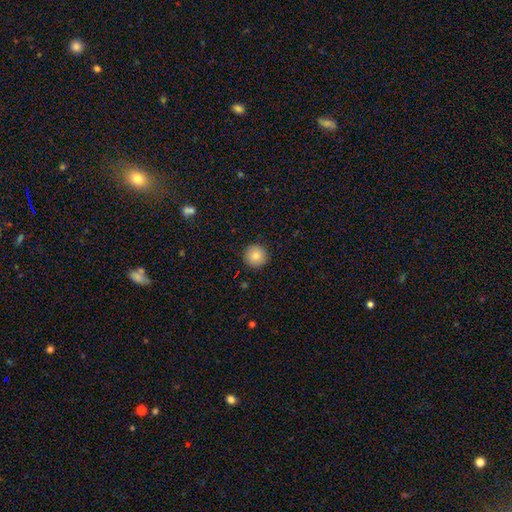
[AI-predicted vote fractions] smooth 84%, star or artifact 9%, featured or disk 7%. Down the decision tree: how rounded — round (96%); merging — none (92%).